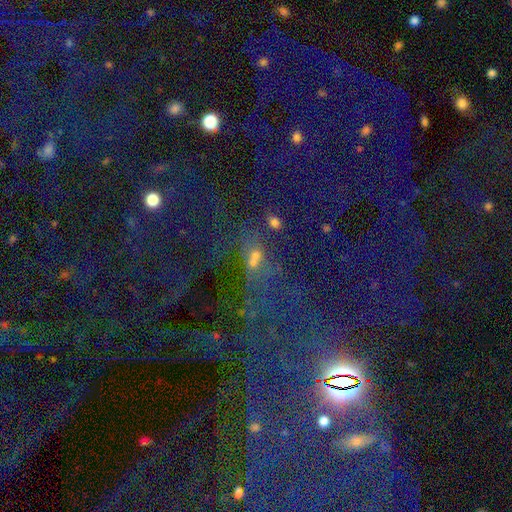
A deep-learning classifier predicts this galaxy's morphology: Smooth or featured? star or artifact (45%)